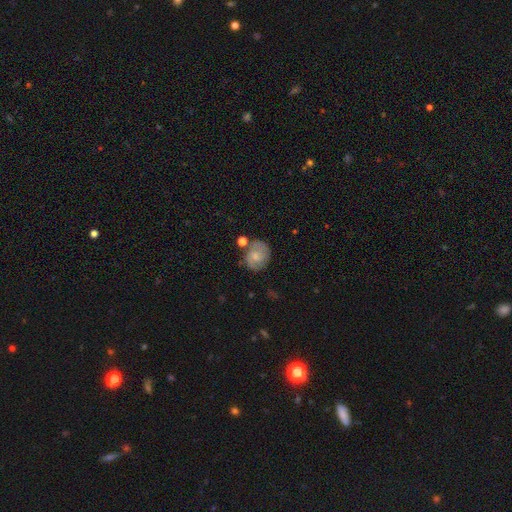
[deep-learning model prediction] Smooth or featured? Predicted: smooth (p=0.48). Merging? Predicted: none (p=0.66).